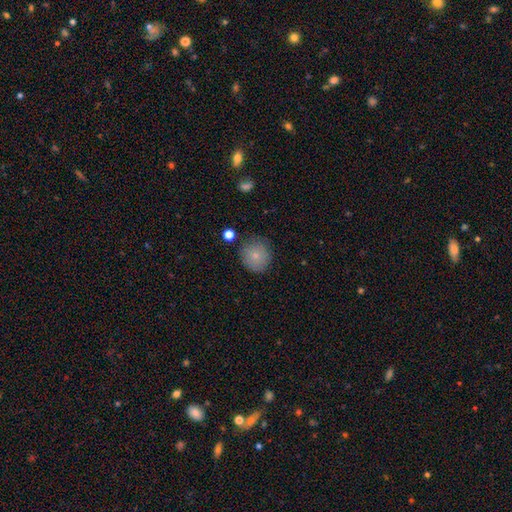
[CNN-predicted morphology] Smooth or featured? smooth (81%)
How rounded? round (89%)
Merging? none (81%)